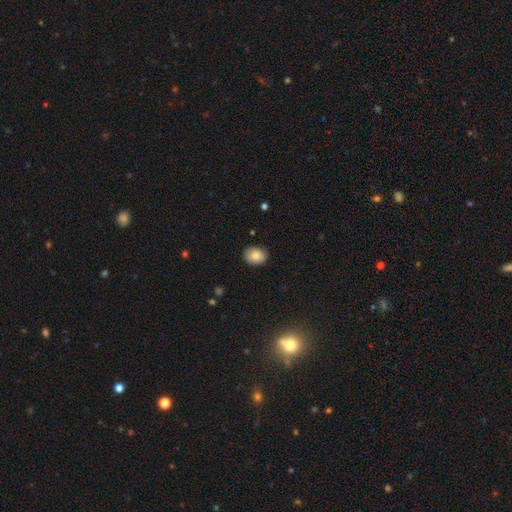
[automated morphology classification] A smooth galaxy with no disk features (81%) that is in between round and cigar-shaped (61%). Merging: none (85%).